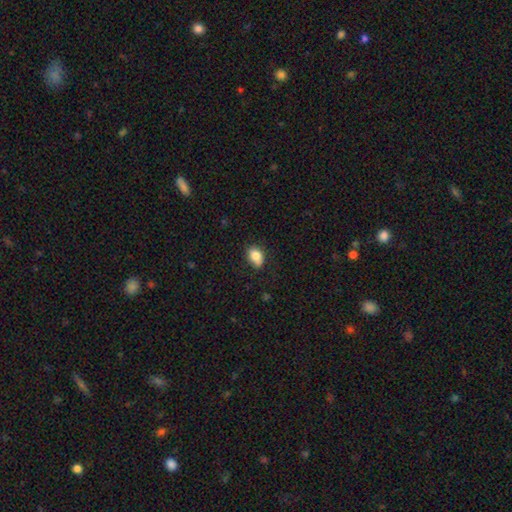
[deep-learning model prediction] This is clearly a smooth galaxy (84%). How rounded: likely in between (79%). Merging: likely none (70%).